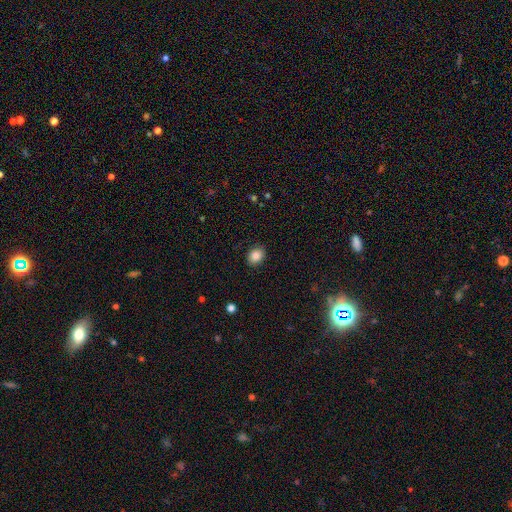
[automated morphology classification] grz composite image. It shows a smooth galaxy with no disk features (85%) that is in between round and cigar-shaped (50%). Merging: none (89%).